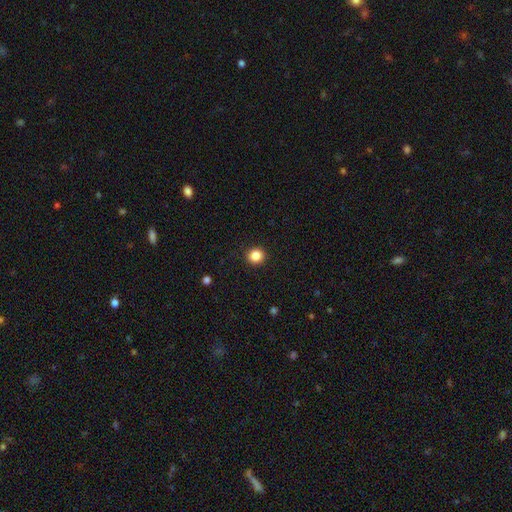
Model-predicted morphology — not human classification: This appears to be a smooth galaxy with no disk features (85%) that is round (91%). Merging: none (92%).